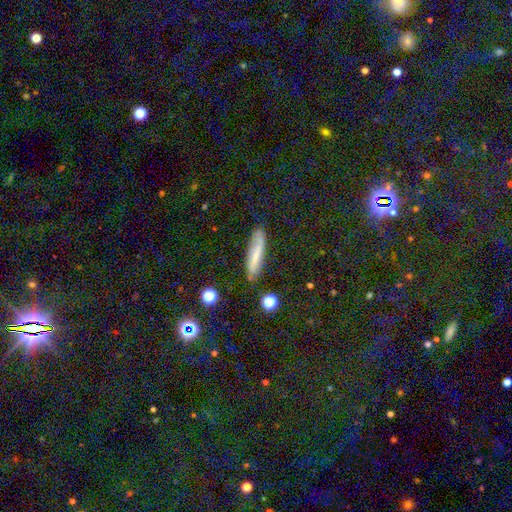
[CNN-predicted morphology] smooth-or-featured: smooth: 55% | featured or disk: 34% | star or artifact: 11%
  how-rounded: cigar-shaped: 79% | in between: 18% | round: 2%
  merging: none: 76% | minor disturbance: 17% | major disturbance: 4% | merger: 2%